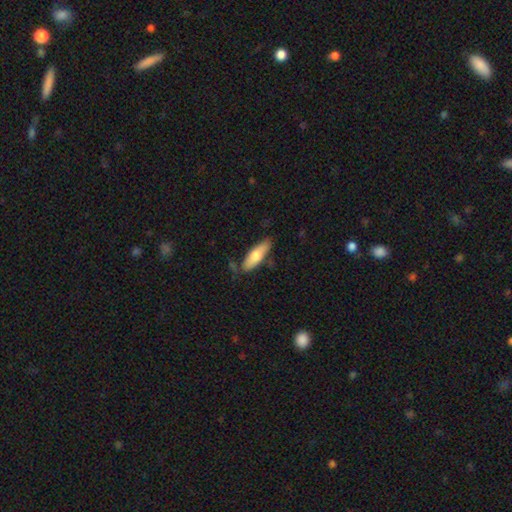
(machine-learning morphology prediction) Smooth or featured?
  - smooth: 68% *
  - featured or disk: 27%
  - star or artifact: 5%
How rounded?
  - in between: 54% *
  - cigar-shaped: 44%
  - round: 2%
Merging?
  - none: 75% *
  - minor disturbance: 17%
  - merger: 4%
  - major disturbance: 4%